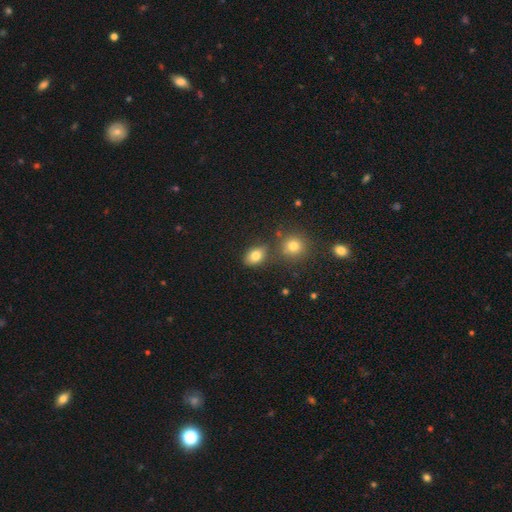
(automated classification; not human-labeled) A smooth galaxy with no disk features (80%) that is in between round and cigar-shaped (78%). Merging: none (72%).